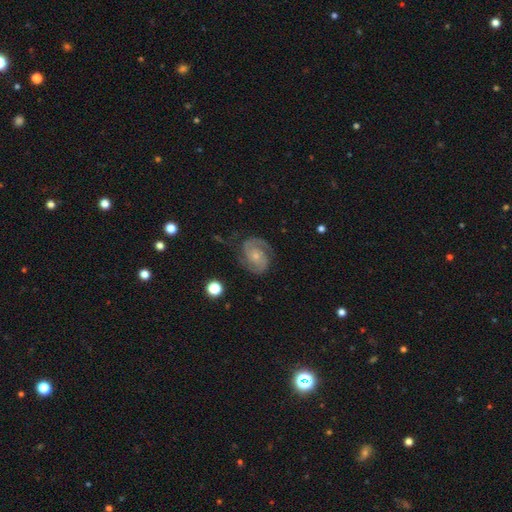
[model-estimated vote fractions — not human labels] Morphology: type=featured or disk (89%); edge-on=no (98%); bar=no (68%); spiral arms=yes (98%); winding=tight (47%); arm count=2 (91%); bulge=small (64%); merging=none (79%).